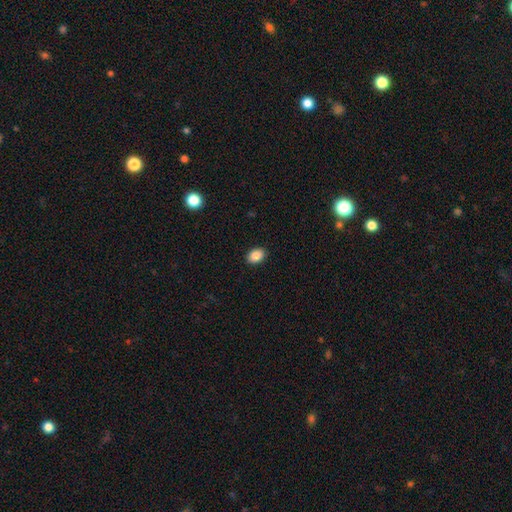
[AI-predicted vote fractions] Smooth or featured: smooth — 88% (star or artifact — 8%)
How rounded: in between — 77% (round — 22%)
Merging: none — 90% (minor disturbance — 7%)